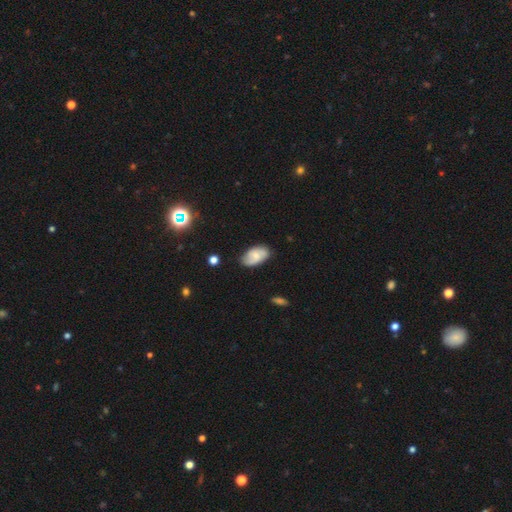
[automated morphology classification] smooth 54%, featured or disk 38%, star or artifact 8%. Down the decision tree: how rounded — in between (93%); merging — none (73%).